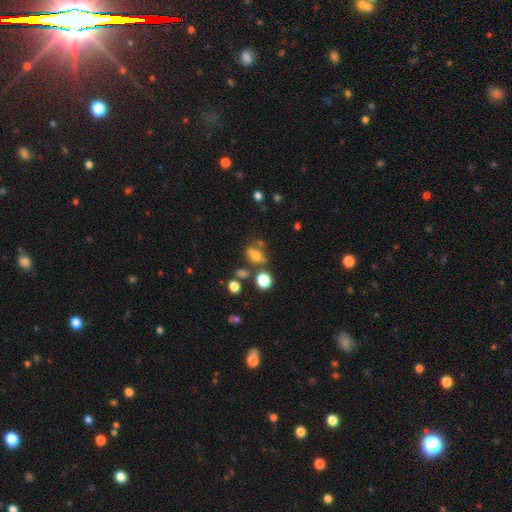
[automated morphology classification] A smooth galaxy with no disk features (60%) that is in between round and cigar-shaped (51%). Merging: none (50%).